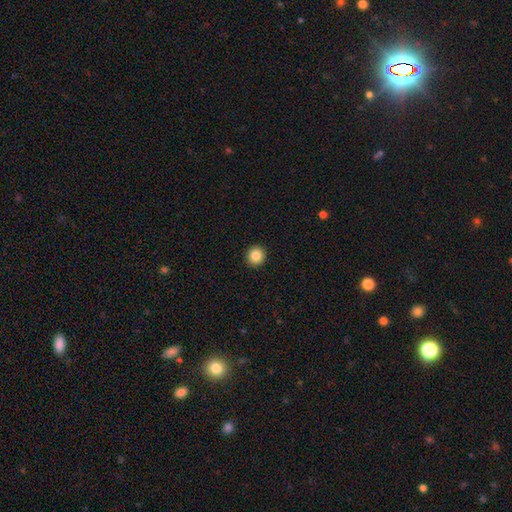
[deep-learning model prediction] Overall: smooth (86%). How rounded: round (88%). Merging: none (93%).